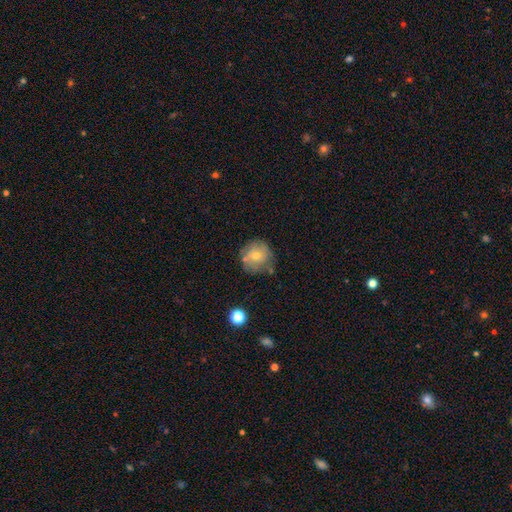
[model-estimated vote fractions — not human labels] Smooth or featured? smooth (57%)
How rounded? round (89%)
Merging? none (63%)